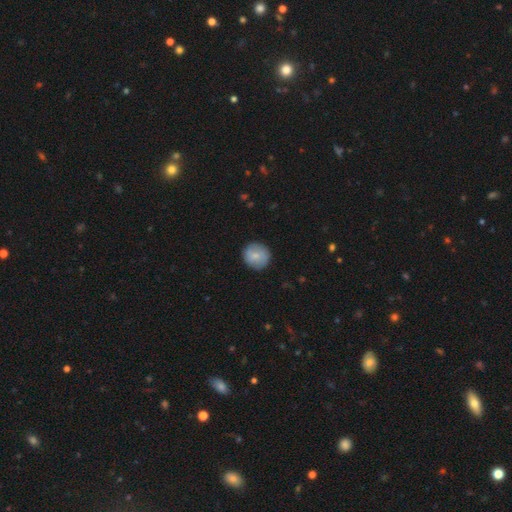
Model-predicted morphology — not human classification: Smooth or featured?
  - smooth: 73% *
  - featured or disk: 20%
  - star or artifact: 7%
How rounded?
  - round: 91% *
  - in between: 8%
  - cigar-shaped: 1%
Merging?
  - none: 88% *
  - minor disturbance: 9%
  - major disturbance: 2%
  - merger: 1%